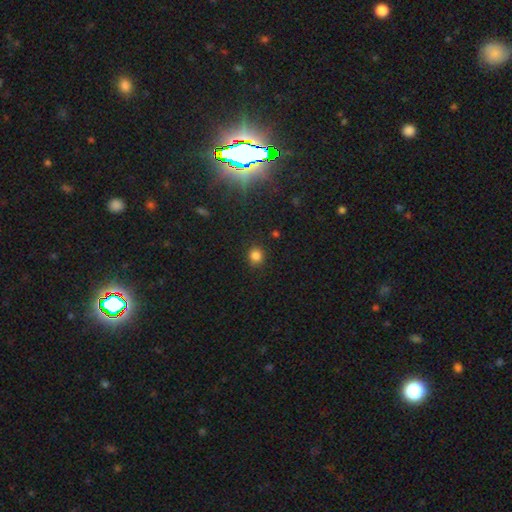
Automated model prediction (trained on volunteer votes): This is clearly a smooth galaxy (82%). How rounded: clearly round (88%). Merging: clearly none (88%).